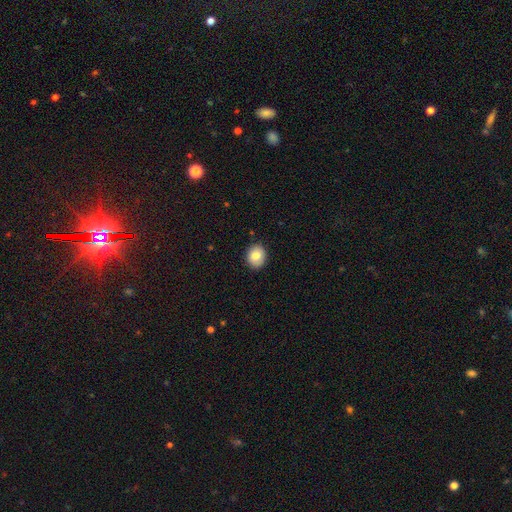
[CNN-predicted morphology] type=smooth (80%); roundness=round (65%); merging=none (88%).